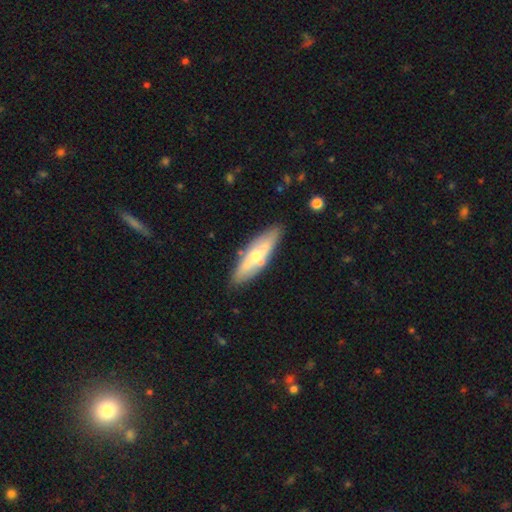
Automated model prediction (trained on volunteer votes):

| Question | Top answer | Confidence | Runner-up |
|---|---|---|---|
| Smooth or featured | featured or disk | 47% | tied: smooth (47%) |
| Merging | none | 80% | minor disturbance (13%) |